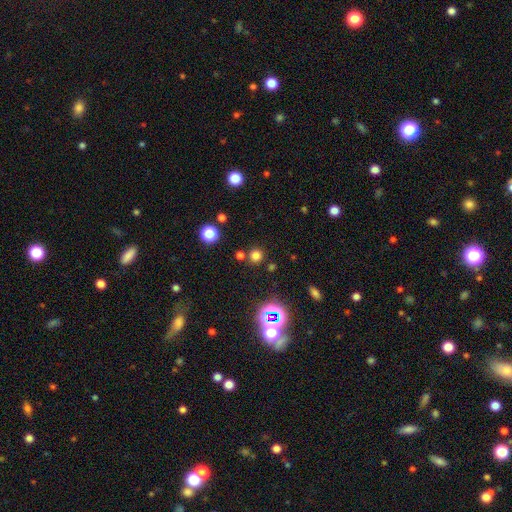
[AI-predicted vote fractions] smooth 69%, star or artifact 26%, featured or disk 6%. Down the decision tree: how rounded — round (92%); merging — none (81%).